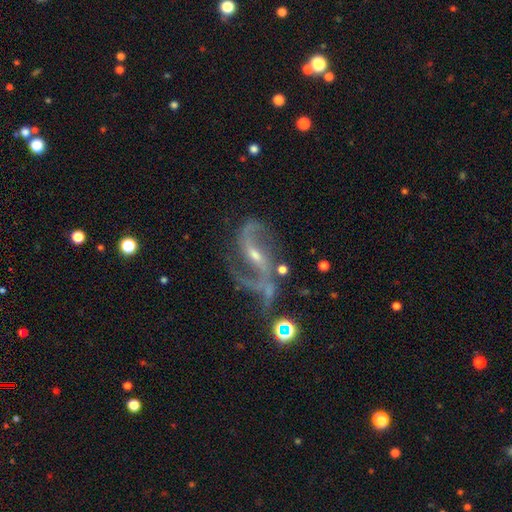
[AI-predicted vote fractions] Smooth or featured?
  - featured or disk: 90% *
  - star or artifact: 7%
  - smooth: 4%
Edge-on disk?
  - no: 97% *
  - yes: 3%
Bar?
  - weak: 42% *
  - strong: 39%
  - no: 19%
Spiral arms?
  - yes: 97% *
  - no: 3%
Spiral winding?
  - loose: 57% *
  - medium: 35%
  - tight: 9%
Spiral arm count?
  - 2: 89% *
  - 1: 3%
  - can't tell: 3%
  - 3: 2%
  - 4: 1%
  - more than 4: 1%
Bulge size?
  - small: 63% *
  - moderate: 31%
  - none: 3%
  - large: 1%
  - dominant: 1%
Merging?
  - none: 51% *
  - major disturbance: 21%
  - minor disturbance: 20%
  - merger: 8%